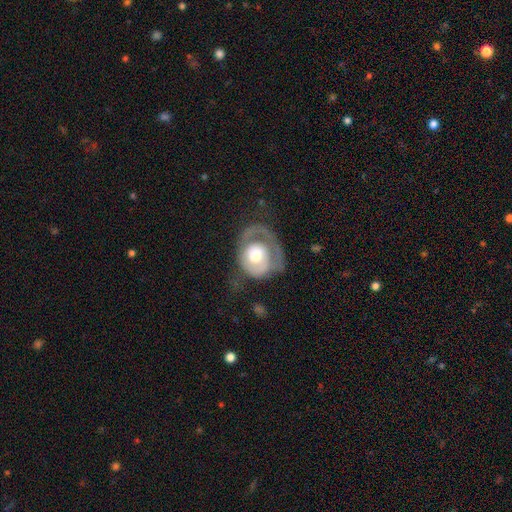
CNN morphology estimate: type=featured or disk (63%); edge-on=no (97%); bar=no (80%); spiral arms=yes (65%); bulge=moderate (50%); merging=major disturbance (41%).